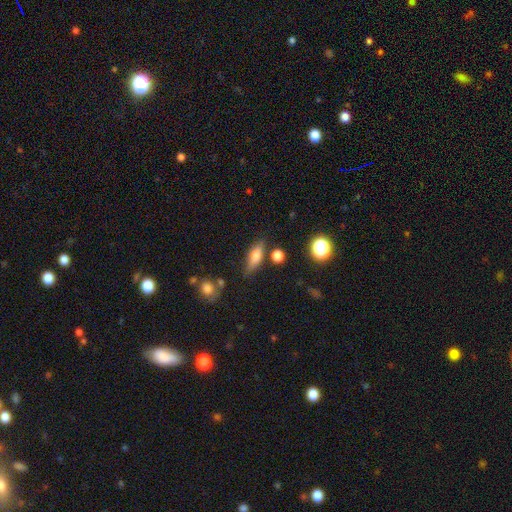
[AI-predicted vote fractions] smooth-or-featured: smooth: 69% | featured or disk: 21% | star or artifact: 9%
  how-rounded: in between: 63% | cigar-shaped: 32% | round: 5%
  merging: none: 74% | minor disturbance: 15% | merger: 6% | major disturbance: 4%